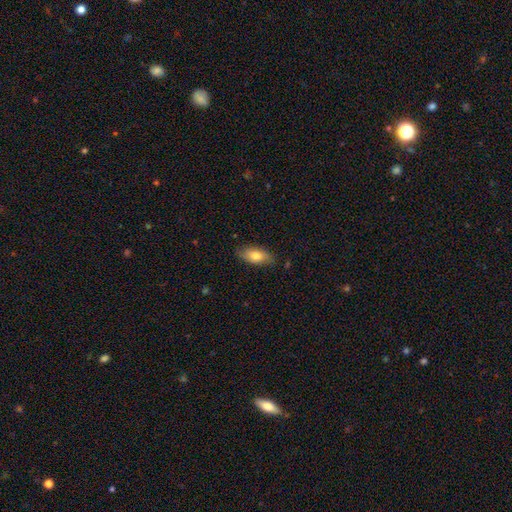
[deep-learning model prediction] Smooth or featured? Predicted: smooth (p=0.73). How rounded? Predicted: in between (p=0.87). Merging? Predicted: none (p=0.78).